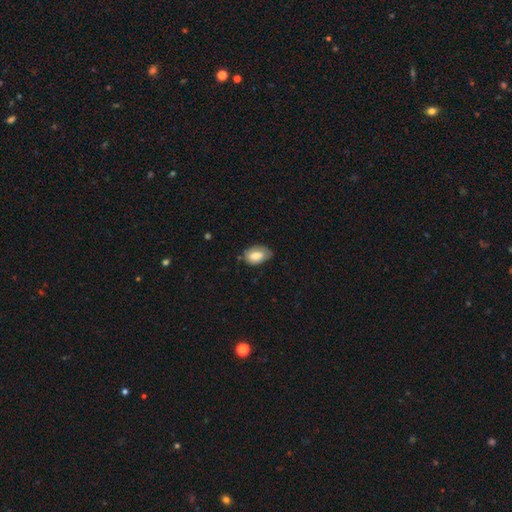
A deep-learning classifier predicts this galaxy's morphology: smooth-or-featured: smooth: 72% | featured or disk: 21% | star or artifact: 7%
  how-rounded: in between: 89% | round: 10% | cigar-shaped: 1%
  merging: none: 58% | minor disturbance: 33% | major disturbance: 7% | merger: 2%